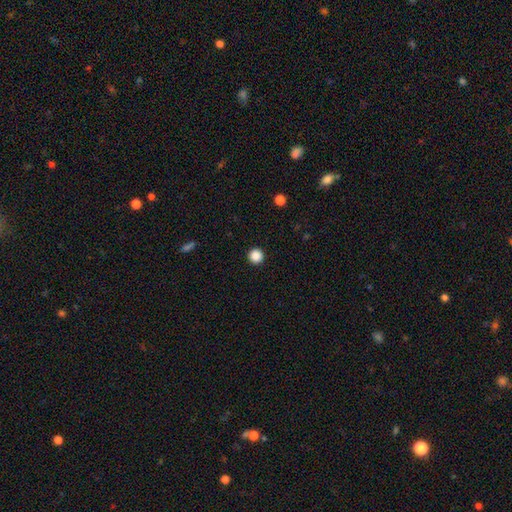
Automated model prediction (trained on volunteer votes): Smooth or featured? smooth (88%)
How rounded? round (96%)
Merging? none (93%)